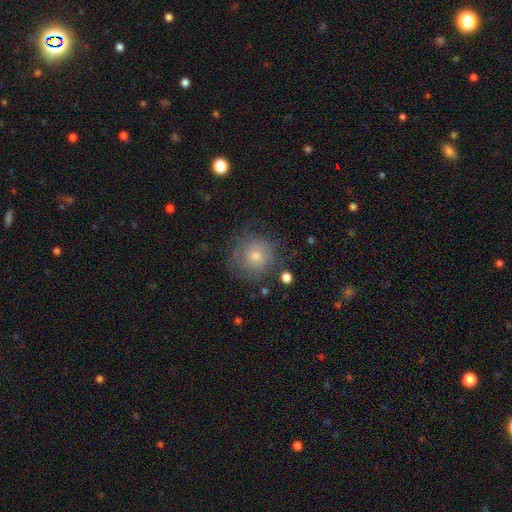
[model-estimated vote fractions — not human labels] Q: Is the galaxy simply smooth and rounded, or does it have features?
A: smooth — 60%.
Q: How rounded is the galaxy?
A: round — 93%.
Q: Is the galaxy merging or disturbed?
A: none — 74%.